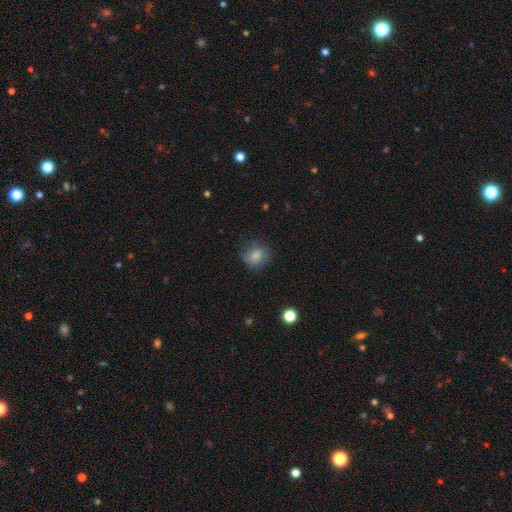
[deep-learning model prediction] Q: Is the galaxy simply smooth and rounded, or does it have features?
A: smooth — 79%.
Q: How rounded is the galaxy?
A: round — 70%.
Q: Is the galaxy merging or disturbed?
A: none — 75%.